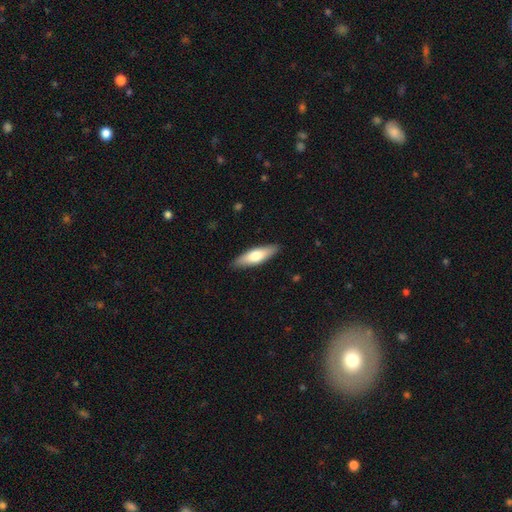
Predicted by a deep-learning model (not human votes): smooth_or_featured: smooth (p=0.67) [alt: featured or disk p=0.29]
how_rounded: cigar-shaped (p=0.54) [alt: in between p=0.45]
merging: none (p=0.89) [alt: minor disturbance p=0.08]